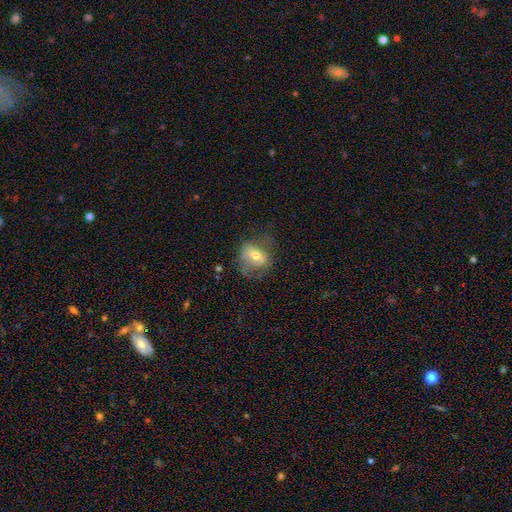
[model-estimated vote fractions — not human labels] smooth 56%, featured or disk 34%, star or artifact 9%. Down the decision tree: how rounded — in between (56%); merging — none (55%).